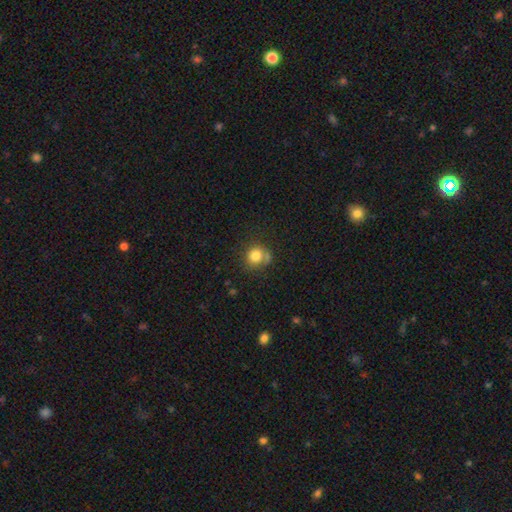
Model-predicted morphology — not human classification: Smooth or featured: smooth — 80% (star or artifact — 10%)
How rounded: round — 83% (in between — 16%)
Merging: none — 58% (minor disturbance — 21%)